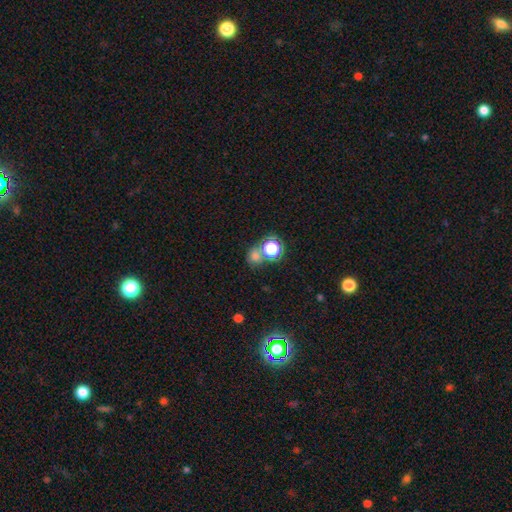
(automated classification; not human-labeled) Smooth or featured?
  - smooth: 63% *
  - star or artifact: 28%
  - featured or disk: 9%
How rounded?
  - round: 74% *
  - in between: 25%
  - cigar-shaped: 1%
Merging?
  - none: 53% *
  - merger: 31%
  - minor disturbance: 10%
  - major disturbance: 6%